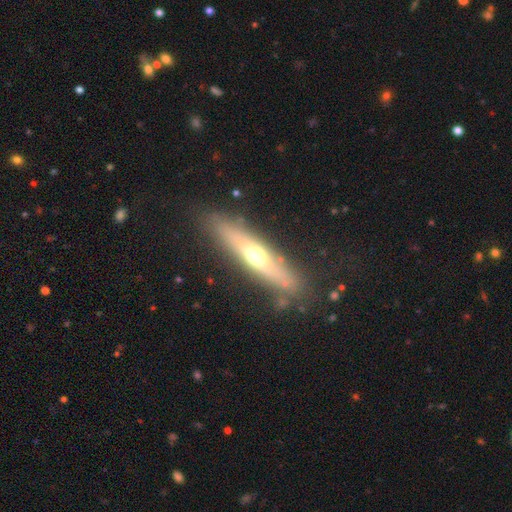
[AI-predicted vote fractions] Smooth or featured? Predicted: featured or disk (p=0.53). Edge-on disk? Predicted: yes (p=0.77). Merging? Predicted: none (p=0.83).